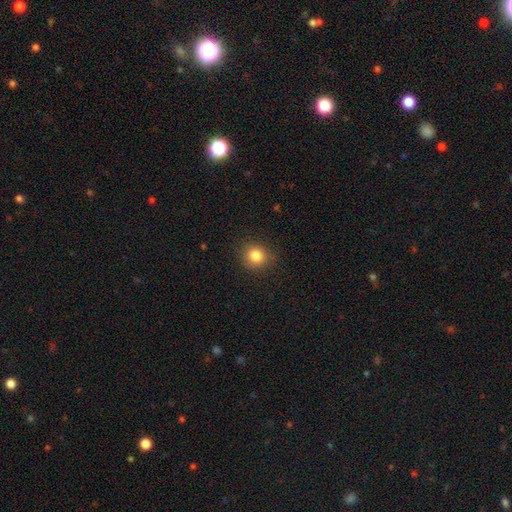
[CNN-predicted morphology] Q: Smooth or featured?
A: smooth (83%); runner-up: star or artifact (11%)
Q: How rounded?
A: round (82%); runner-up: in between (17%)
Q: Merging?
A: none (88%); runner-up: minor disturbance (9%)